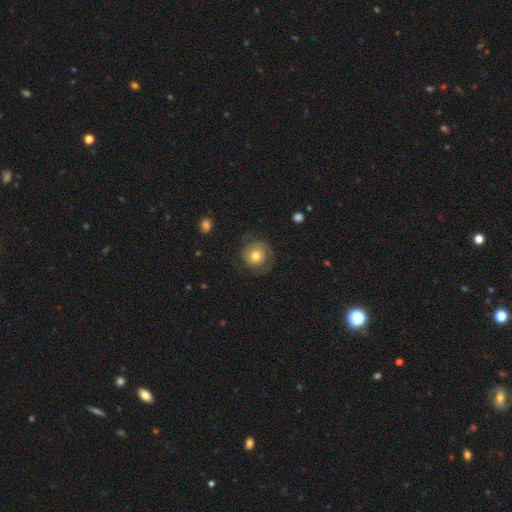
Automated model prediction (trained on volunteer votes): Smooth or featured? smooth (57%)
How rounded? round (89%)
Merging? none (68%)